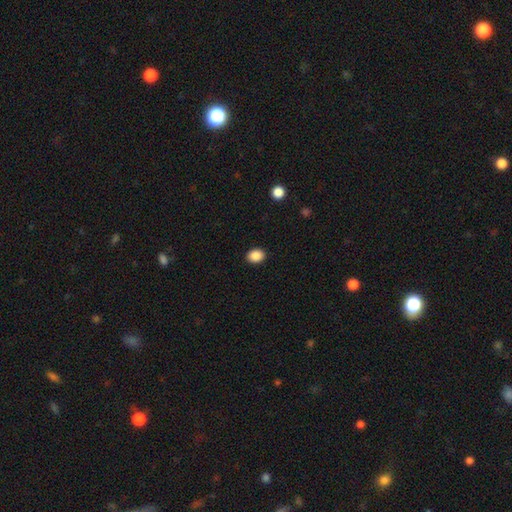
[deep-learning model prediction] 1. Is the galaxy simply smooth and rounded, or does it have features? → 89% smooth, 9% star or artifact, 3% featured or disk.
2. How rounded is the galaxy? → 58% in between, 41% round, 1% cigar-shaped.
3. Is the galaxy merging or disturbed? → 91% none, 6% minor disturbance, 2% major disturbance, 1% merger.